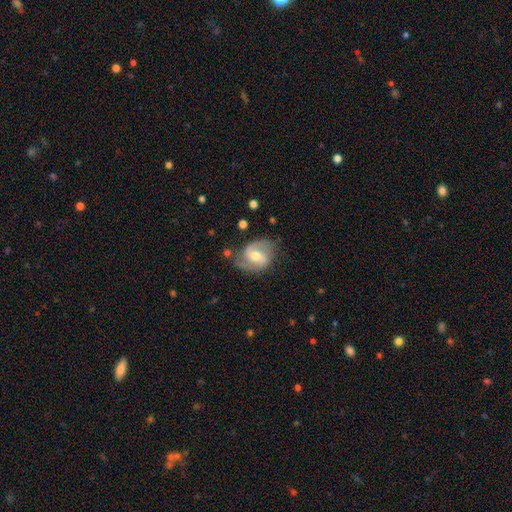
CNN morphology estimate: This appears to be a featured or disk galaxy (78%) with a weak bar (50%), 2 (88%) medium (51%) spiral arms (92%) and a moderate central bulge (65%). Merging: none (70%).